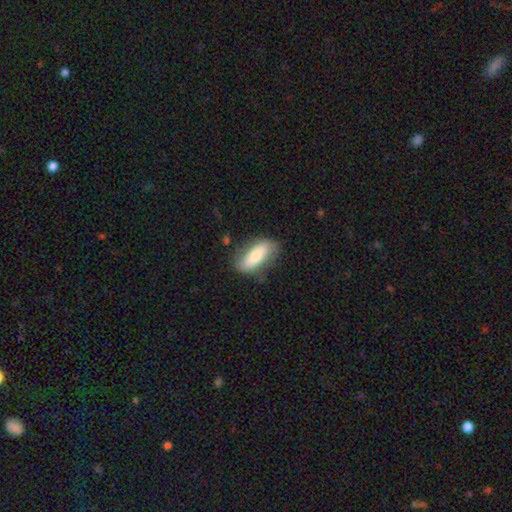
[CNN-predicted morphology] Smooth or featured: smooth — 66% (featured or disk — 28%)
How rounded: in between — 77% (cigar-shaped — 20%)
Merging: none — 72% (minor disturbance — 20%)